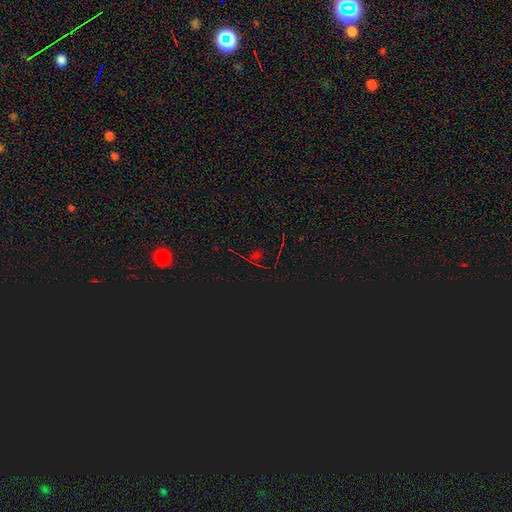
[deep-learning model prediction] Overall: star or artifact (74%).